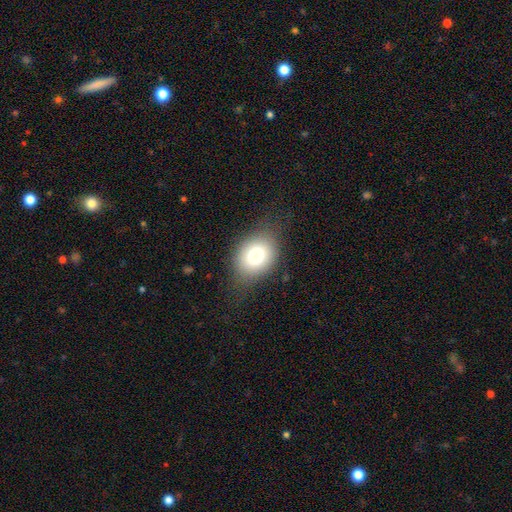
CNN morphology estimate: Smooth or featured: smooth — 77% (featured or disk — 13%)
How rounded: in between — 61% (round — 38%)
Merging: none — 73% (minor disturbance — 18%)